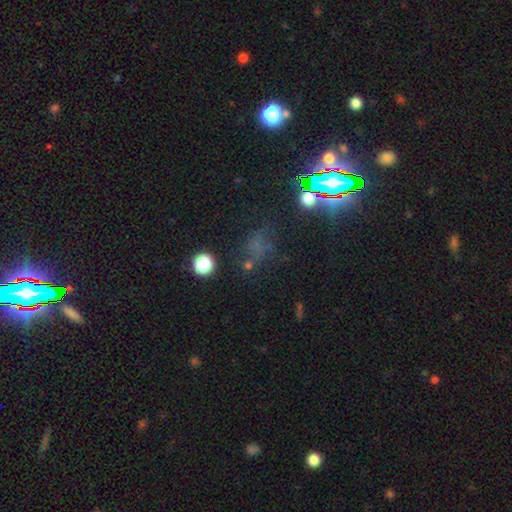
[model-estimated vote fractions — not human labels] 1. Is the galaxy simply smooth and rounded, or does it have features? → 60% star or artifact, 30% smooth, 11% featured or disk.